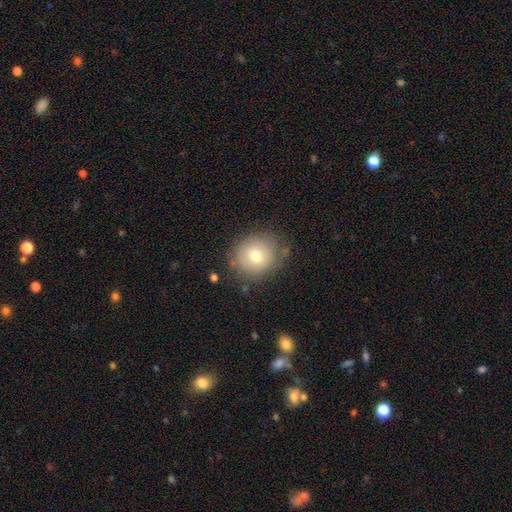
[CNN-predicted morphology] Smooth or featured?
  - smooth: 73% *
  - featured or disk: 16%
  - star or artifact: 11%
How rounded?
  - round: 83% *
  - in between: 16%
  - cigar-shaped: 1%
Merging?
  - none: 79% *
  - minor disturbance: 15%
  - major disturbance: 4%
  - merger: 2%